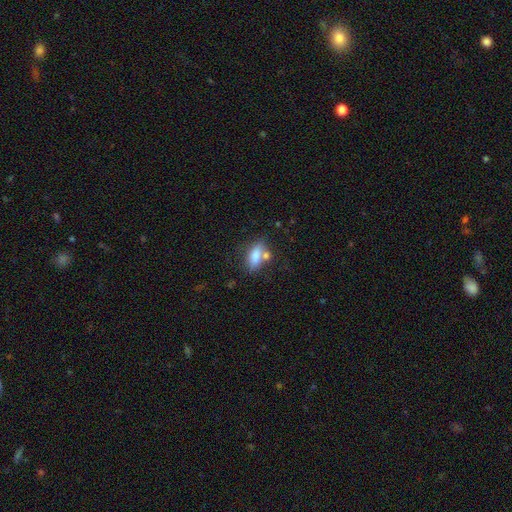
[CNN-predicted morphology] smooth-or-featured: smooth: 78% | featured or disk: 13% | star or artifact: 9%
  how-rounded: in between: 80% | cigar-shaped: 14% | round: 6%
  merging: none: 51% | merger: 26% | minor disturbance: 17% | major disturbance: 7%